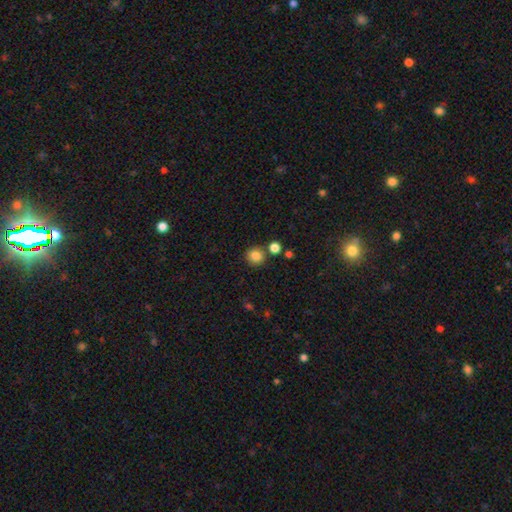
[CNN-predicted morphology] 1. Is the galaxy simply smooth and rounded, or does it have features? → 83% smooth, 11% star or artifact, 6% featured or disk.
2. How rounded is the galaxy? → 89% round, 10% in between, 1% cigar-shaped.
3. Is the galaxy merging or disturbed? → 79% none, 10% merger, 8% minor disturbance, 3% major disturbance.